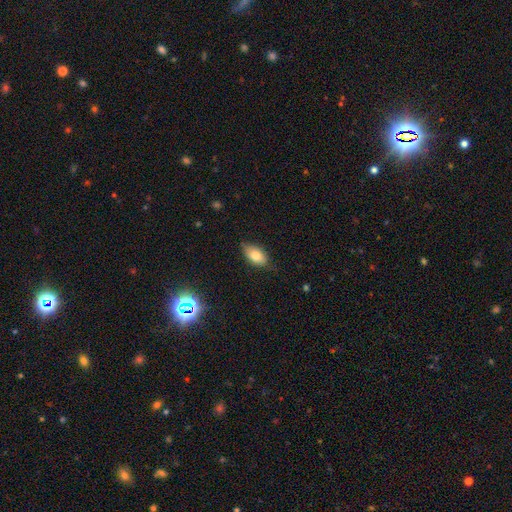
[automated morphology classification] Smooth or featured: smooth — 77% (featured or disk — 13%)
How rounded: in between — 89% (round — 7%)
Merging: none — 74% (minor disturbance — 21%)